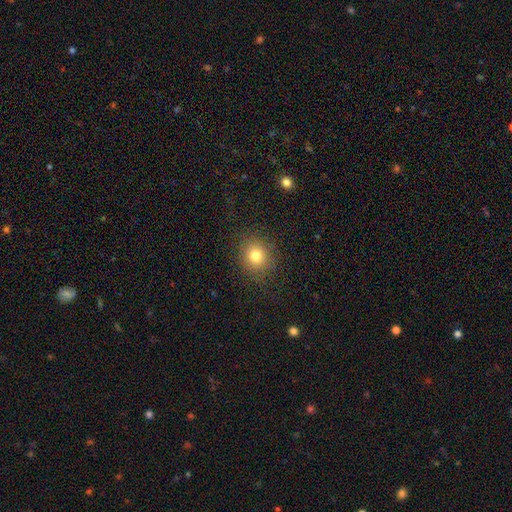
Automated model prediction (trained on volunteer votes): A smooth galaxy with no disk features (79%) that is round (80%). Merging: none (85%).